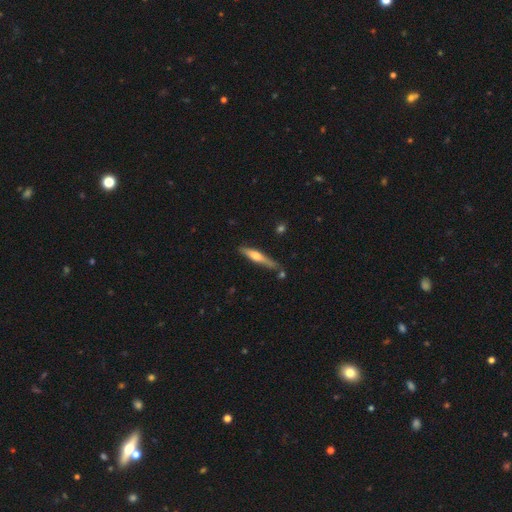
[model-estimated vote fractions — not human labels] Overall: featured or disk (50%; smooth 44%). Merging: none (71%).